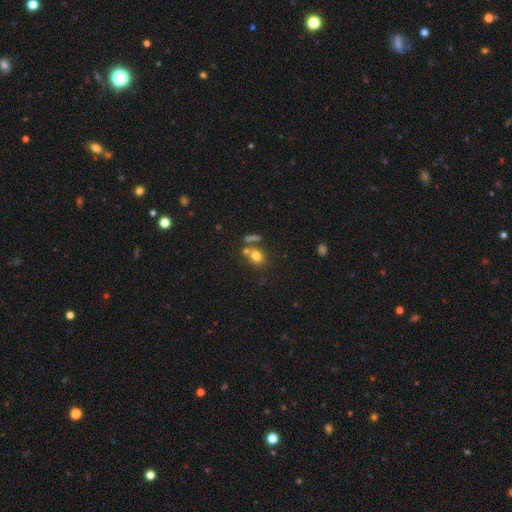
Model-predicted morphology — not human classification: Smooth or featured: smooth — 75% (star or artifact — 13%)
How rounded: round — 55% (in between — 43%)
Merging: none — 53% (merger — 29%)